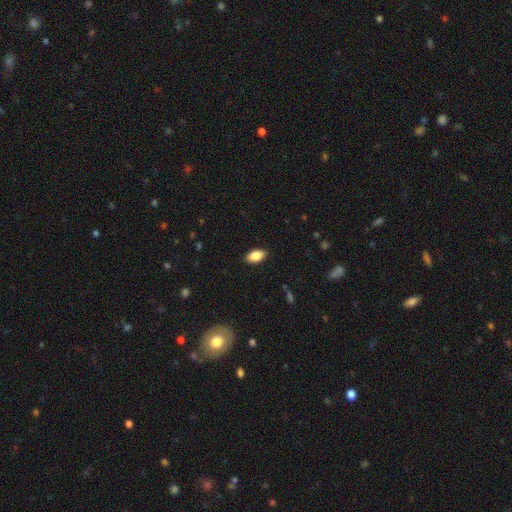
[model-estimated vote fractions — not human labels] This appears to be a smooth galaxy with no disk features (87%) that is in between round and cigar-shaped (93%). Merging: none (88%).